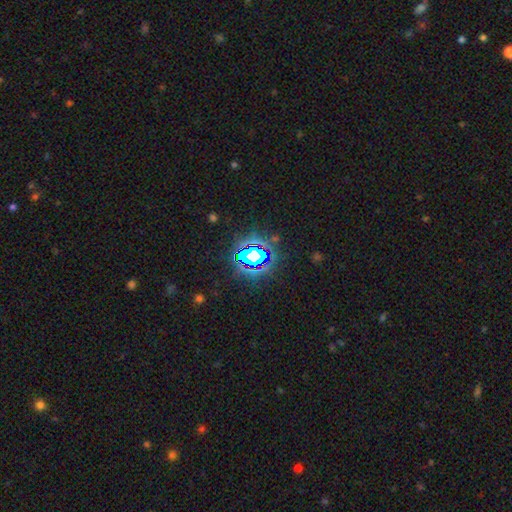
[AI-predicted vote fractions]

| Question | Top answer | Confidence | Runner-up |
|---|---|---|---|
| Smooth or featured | star or artifact | 75% | smooth (16%) |